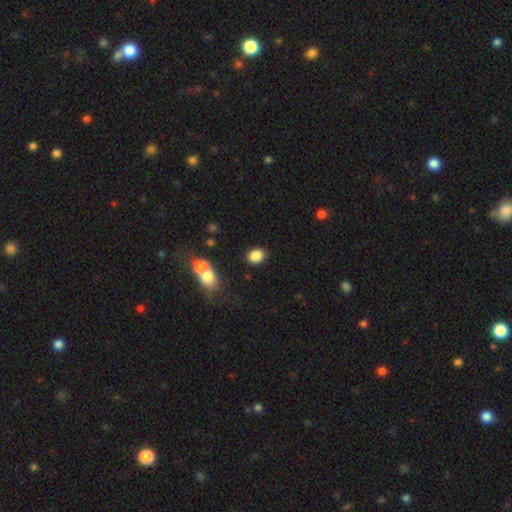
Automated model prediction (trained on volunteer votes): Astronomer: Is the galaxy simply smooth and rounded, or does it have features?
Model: smooth — 86%.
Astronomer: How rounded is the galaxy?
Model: in between — 60% (runner-up: round, 38%).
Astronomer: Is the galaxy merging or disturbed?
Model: none — 81%.